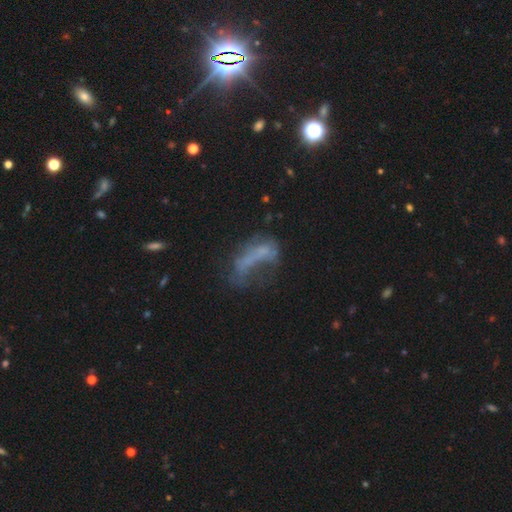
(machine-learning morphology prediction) Smooth or featured?
  - smooth: 41% *
  - featured or disk: 38%
  - star or artifact: 21%
Merging?
  - major disturbance: 41% *
  - none: 26%
  - minor disturbance: 17%
  - merger: 15%